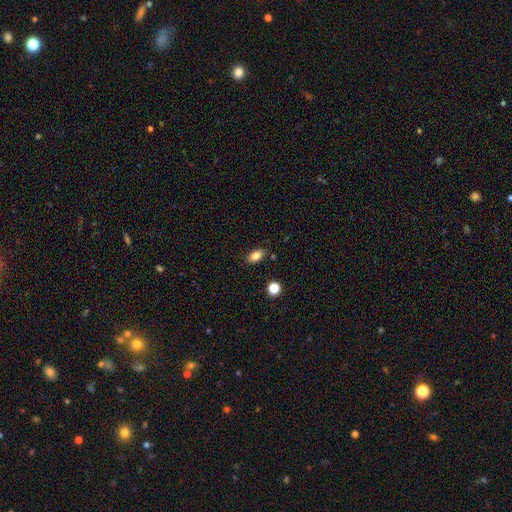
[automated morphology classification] smooth_or_featured: smooth (p=0.82) [alt: star or artifact p=0.10]
how_rounded: in between (p=0.89) [alt: round p=0.08]
merging: none (p=0.84) [alt: minor disturbance p=0.11]